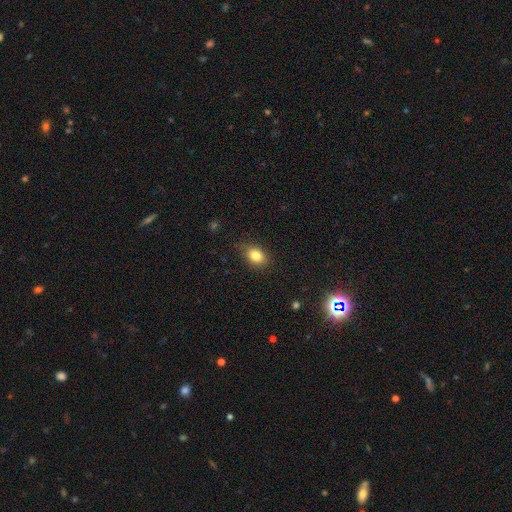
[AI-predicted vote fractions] Smooth or featured? Predicted: smooth (p=0.83). How rounded? Predicted: in between (p=0.72). Merging? Predicted: none (p=0.82).